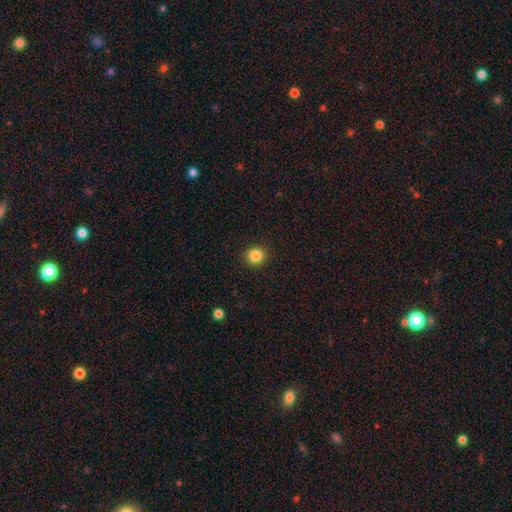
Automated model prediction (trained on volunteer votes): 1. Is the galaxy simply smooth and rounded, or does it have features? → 85% smooth, 11% star or artifact, 4% featured or disk.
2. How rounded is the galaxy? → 88% round, 11% in between, 1% cigar-shaped.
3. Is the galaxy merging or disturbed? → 90% none, 7% minor disturbance, 2% major disturbance, 1% merger.